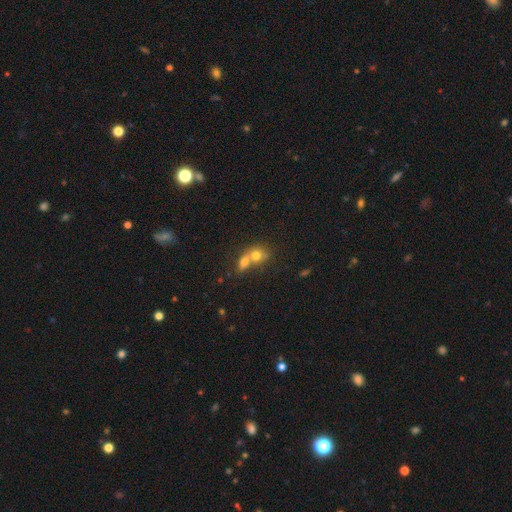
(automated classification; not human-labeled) Overall: smooth (71%). How rounded: round (56%; in between 42%). Merging: merger (73%).